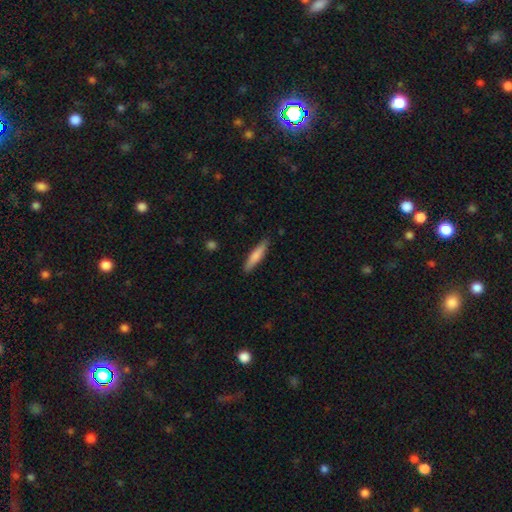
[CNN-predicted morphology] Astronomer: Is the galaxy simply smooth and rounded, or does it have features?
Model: smooth — 75%.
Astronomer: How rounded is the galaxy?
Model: cigar-shaped — 82%.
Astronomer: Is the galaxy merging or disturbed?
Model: none — 86%.